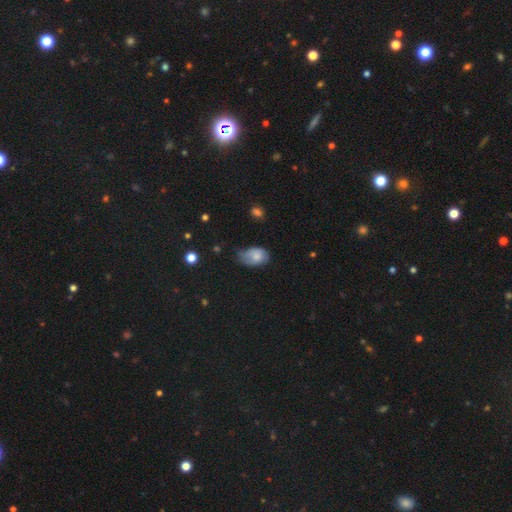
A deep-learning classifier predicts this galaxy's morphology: Overall: smooth (76%). How rounded: in between (85%). Merging: minor disturbance (47%; none 33%).